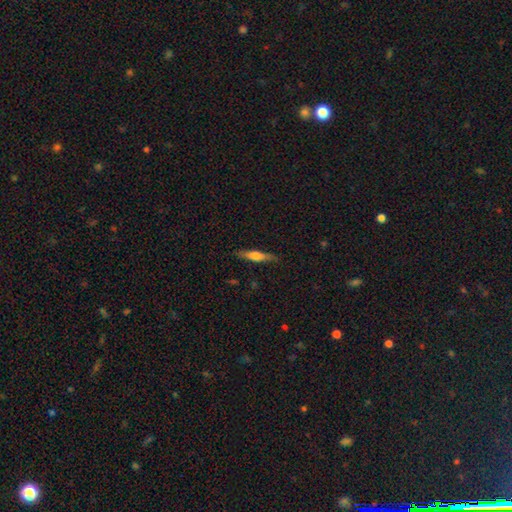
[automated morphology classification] type=featured or disk (49%); merging=none (86%).